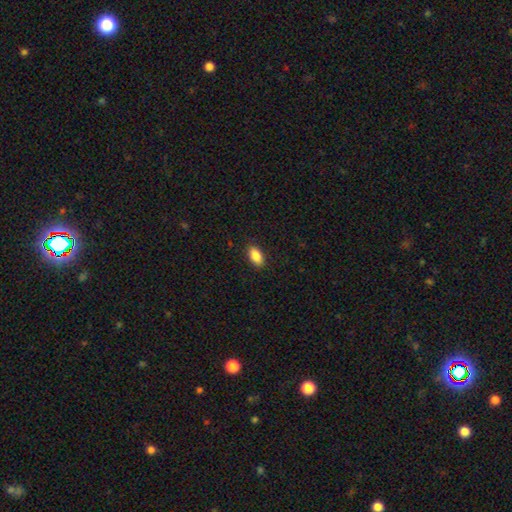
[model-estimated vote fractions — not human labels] smooth-or-featured: smooth: 87% | star or artifact: 7% | featured or disk: 6%
  how-rounded: in between: 91% | cigar-shaped: 5% | round: 4%
  merging: none: 88% | minor disturbance: 9% | major disturbance: 2% | merger: 1%